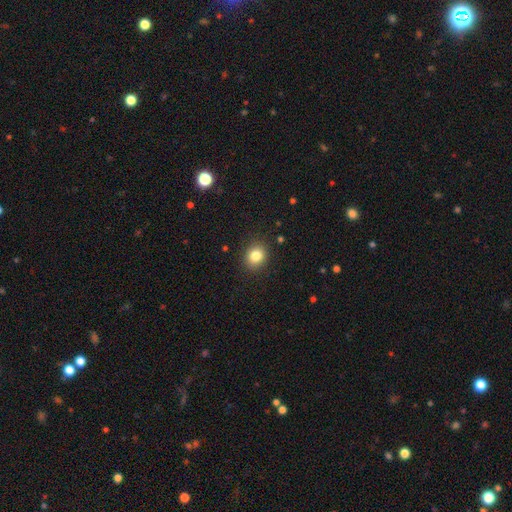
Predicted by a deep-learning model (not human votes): smooth-or-featured: smooth: 83% | star or artifact: 11% | featured or disk: 6%
  how-rounded: round: 74% | in between: 25% | cigar-shaped: 1%
  merging: none: 89% | minor disturbance: 8% | major disturbance: 2% | merger: 1%